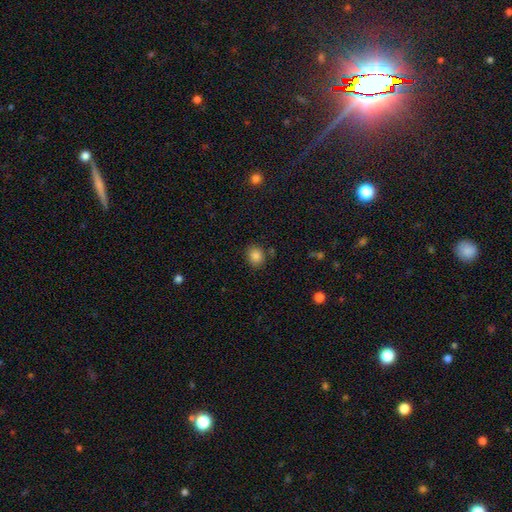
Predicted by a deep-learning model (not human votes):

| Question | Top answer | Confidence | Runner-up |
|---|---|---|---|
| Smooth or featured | smooth | 85% | star or artifact (10%) |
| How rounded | round | 69% | in between (30%) |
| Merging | none | 83% | minor disturbance (10%) |